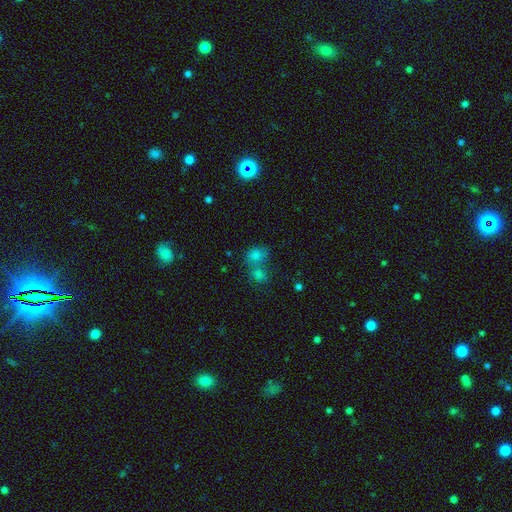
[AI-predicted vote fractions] smooth_or_featured: smooth (p=0.62) [alt: star or artifact p=0.27]
how_rounded: round (p=0.58) [alt: in between p=0.40]
merging: merger (p=0.44) [alt: none p=0.41]